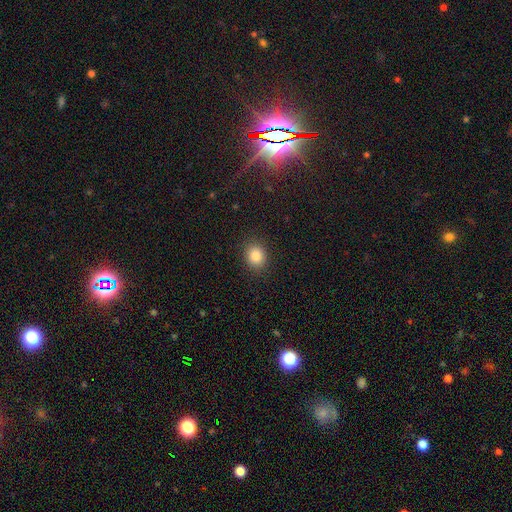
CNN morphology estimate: A smooth galaxy with no disk features (85%) that is round (71%).

Vote fractions:
- Smooth or featured? smooth: 85% / star or artifact: 10% / featured or disk: 5%
- How rounded? round: 71% / in between: 29% / cigar-shaped: 1%
- Merging? none: 88% / minor disturbance: 8% / major disturbance: 3% / merger: 1%